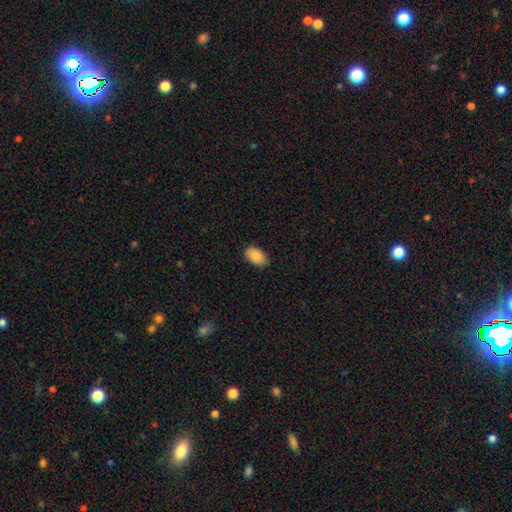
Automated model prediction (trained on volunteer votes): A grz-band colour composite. It shows a smooth galaxy with no disk features (89%) that is in between round and cigar-shaped (93%). Merging: none (89%).